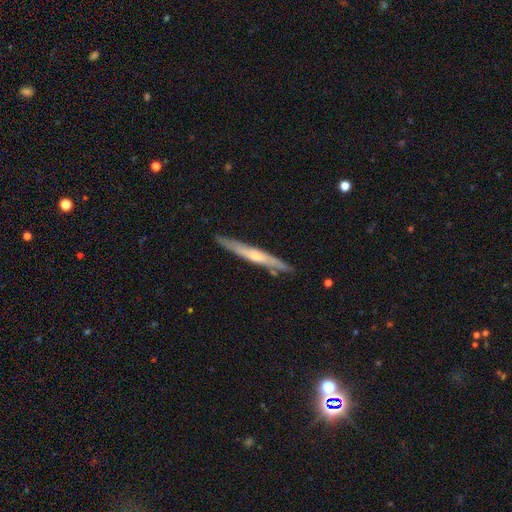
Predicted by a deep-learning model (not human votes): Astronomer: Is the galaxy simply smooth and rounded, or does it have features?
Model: featured or disk — 58% (runner-up: smooth, 37%).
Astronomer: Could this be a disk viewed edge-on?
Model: yes — 94%.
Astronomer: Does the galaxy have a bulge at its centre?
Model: rounded — 56% (runner-up: none, 39%).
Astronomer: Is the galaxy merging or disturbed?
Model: none — 86%.